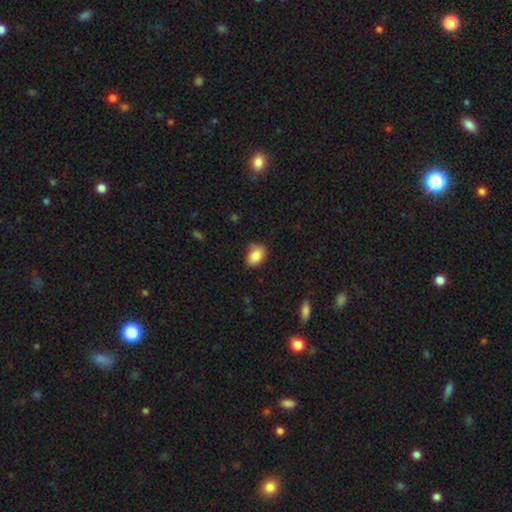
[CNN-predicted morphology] This is clearly a smooth galaxy (86%). How rounded: likely in between (78%). Merging: likely none (73%).